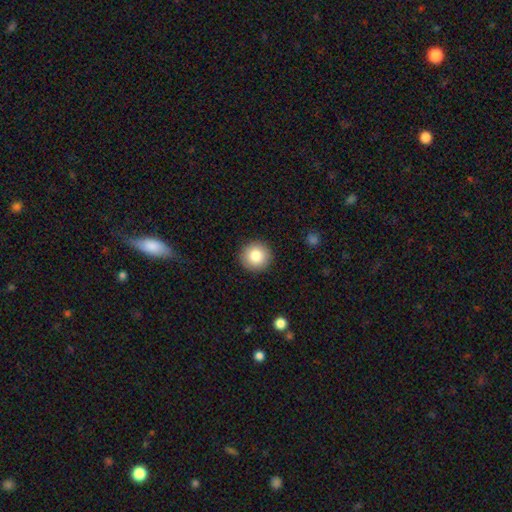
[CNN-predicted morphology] A smooth galaxy with no disk features (84%) that is round (95%). Merging: none (92%).